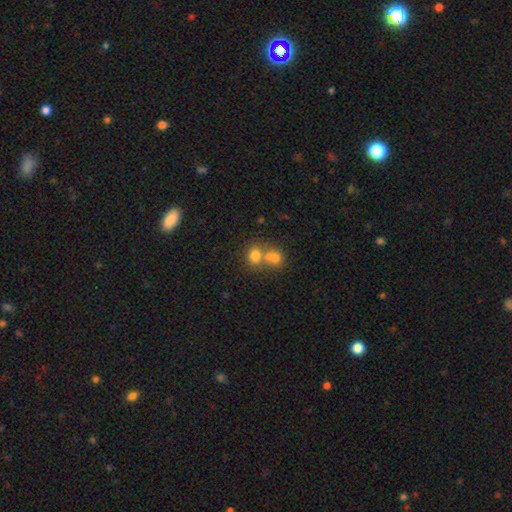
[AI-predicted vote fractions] The model was most divided on "merging": merger: 51%, none: 38%, minor disturbance: 7%, major disturbance: 3%. More confident: smooth or featured — smooth (73%); how rounded — round (70%).